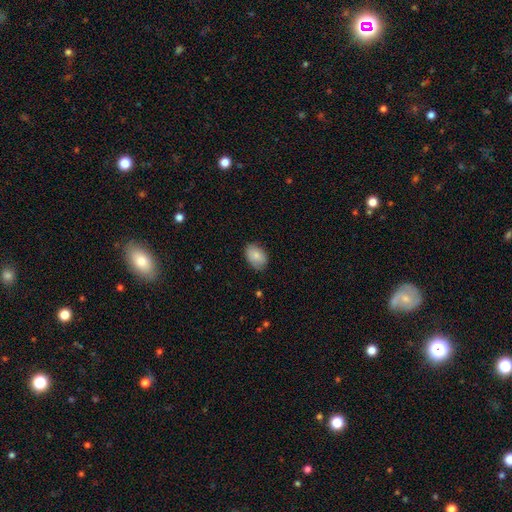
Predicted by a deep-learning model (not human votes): Overall: smooth (83%). How rounded: in between (84%). Merging: none (79%).